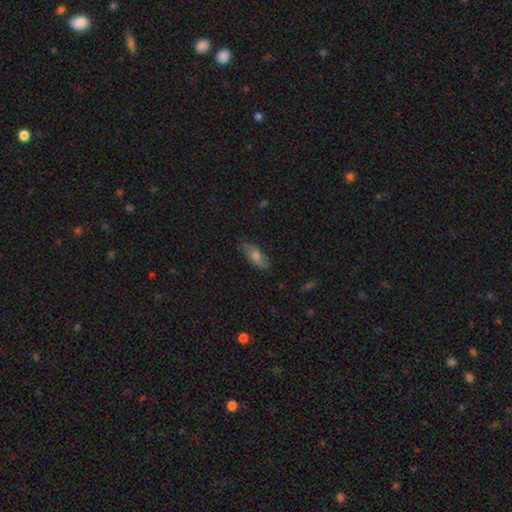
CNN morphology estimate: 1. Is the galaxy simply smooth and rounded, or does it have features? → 52% smooth, 38% featured or disk, 10% star or artifact.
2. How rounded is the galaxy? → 63% in between, 33% cigar-shaped, 4% round.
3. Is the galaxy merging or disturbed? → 81% none, 14% minor disturbance, 3% major disturbance, 1% merger.